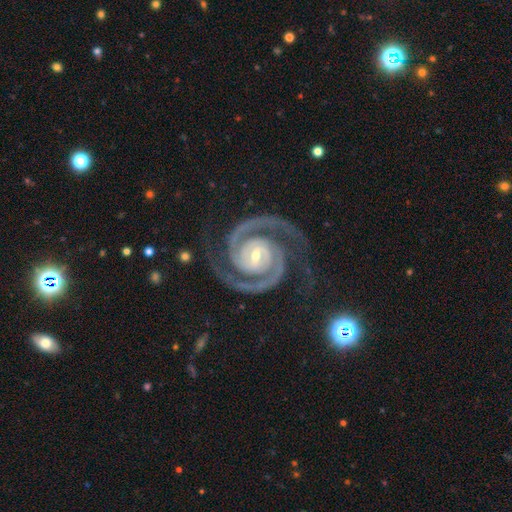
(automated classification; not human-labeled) This is clearly a featured or disk galaxy (95%). It is clearly not viewed edge-on (98%). Bar: marginally weak (38%). Spiral arm pattern: clearly yes (99%). Spiral arm count: clearly 2 (94%). Spiral winding: likely tight (65%). Central bulge: possibly small (51%). Merging: clearly none (82%).